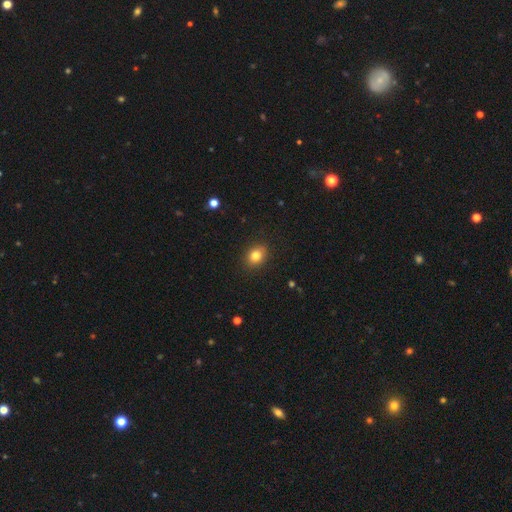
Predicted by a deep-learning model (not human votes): smooth 82%, star or artifact 11%, featured or disk 7%. Down the decision tree: how rounded — round (51%); merging — none (88%).